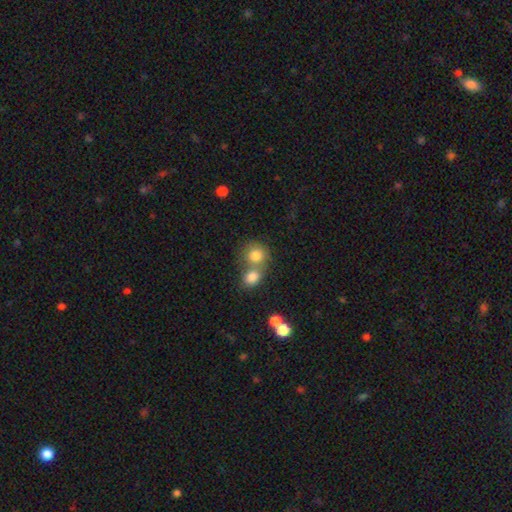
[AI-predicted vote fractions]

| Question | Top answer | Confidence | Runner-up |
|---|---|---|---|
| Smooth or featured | smooth | 80% | star or artifact (10%) |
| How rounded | round | 81% | in between (18%) |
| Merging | merger | 49% | none (41%) |